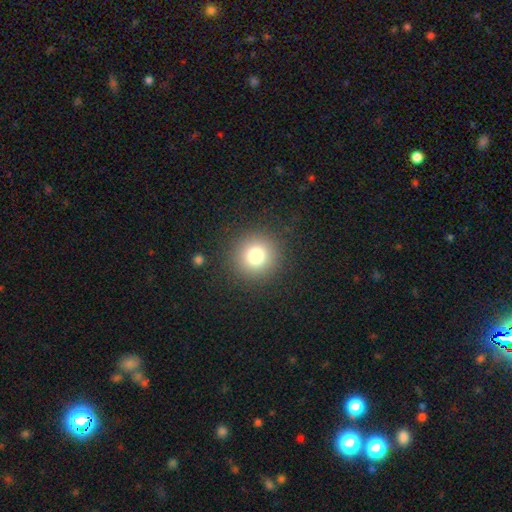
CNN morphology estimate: Overall: smooth (78%). How rounded: round (95%). Merging: none (90%).